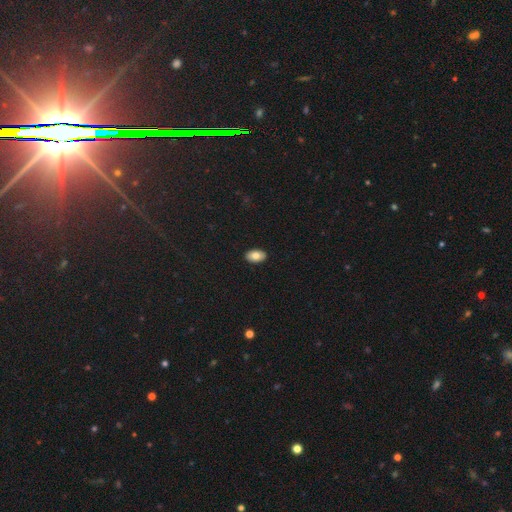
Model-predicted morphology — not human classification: Overall: smooth (82%). How rounded: in between (93%). Merging: none (91%).